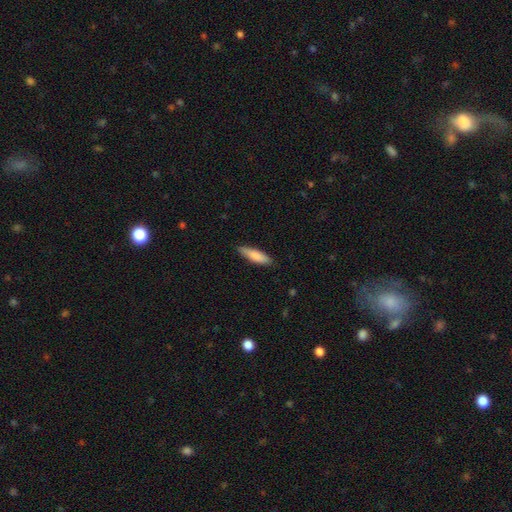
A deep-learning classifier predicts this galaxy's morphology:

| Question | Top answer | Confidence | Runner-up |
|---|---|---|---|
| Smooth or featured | smooth | 83% | featured or disk (11%) |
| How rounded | cigar-shaped | 63% | in between (35%) |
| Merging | none | 84% | minor disturbance (13%) |